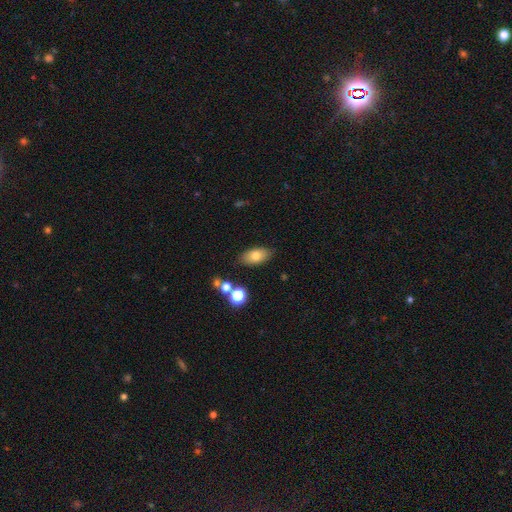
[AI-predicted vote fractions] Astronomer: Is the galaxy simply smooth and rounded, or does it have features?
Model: smooth — 75%.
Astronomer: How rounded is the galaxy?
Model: in between — 90%.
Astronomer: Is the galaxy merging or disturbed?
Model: none — 81%.